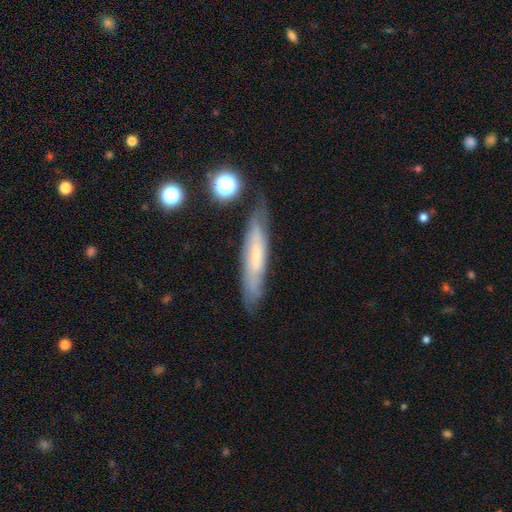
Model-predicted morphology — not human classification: smooth 46% (tied), featured or disk 46% (tied), star or artifact 8%. Down the decision tree: merging — none (77%).